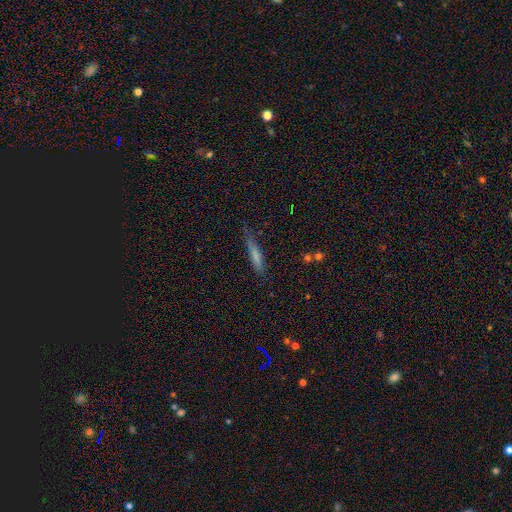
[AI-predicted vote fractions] Q: Smooth or featured?
A: smooth (68%); runner-up: featured or disk (23%)
Q: How rounded?
A: cigar-shaped (88%); runner-up: in between (10%)
Q: Merging?
A: none (64%); runner-up: minor disturbance (26%)